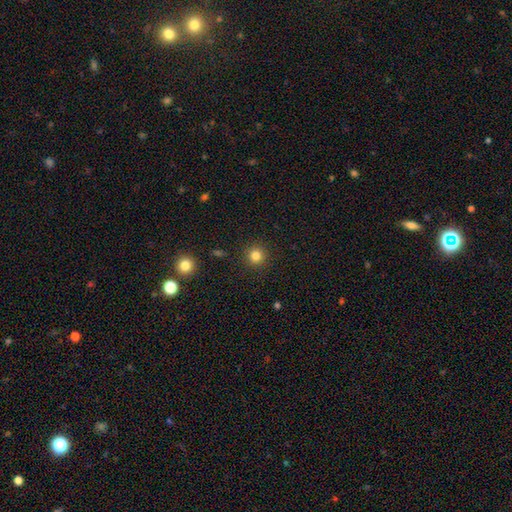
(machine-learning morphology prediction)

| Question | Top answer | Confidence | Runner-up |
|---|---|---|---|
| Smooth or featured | smooth | 82% | star or artifact (13%) |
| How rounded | round | 95% | in between (4%) |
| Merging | none | 91% | minor disturbance (5%) |